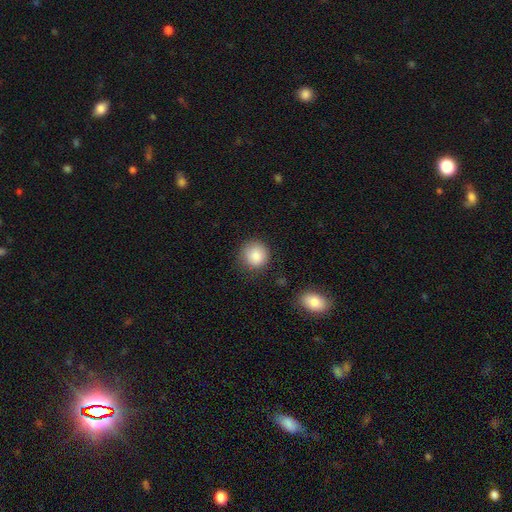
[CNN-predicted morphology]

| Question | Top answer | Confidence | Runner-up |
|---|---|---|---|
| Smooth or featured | smooth | 87% | star or artifact (8%) |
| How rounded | round | 90% | in between (9%) |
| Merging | none | 82% | minor disturbance (12%) |